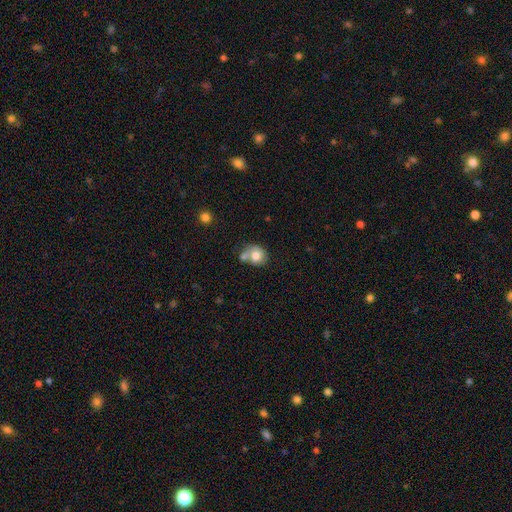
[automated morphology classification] smooth-or-featured: smooth: 75% | featured or disk: 17% | star or artifact: 8%
  how-rounded: round: 67% | in between: 32% | cigar-shaped: 1%
  merging: merger: 44% | none: 35% | minor disturbance: 15% | major disturbance: 6%